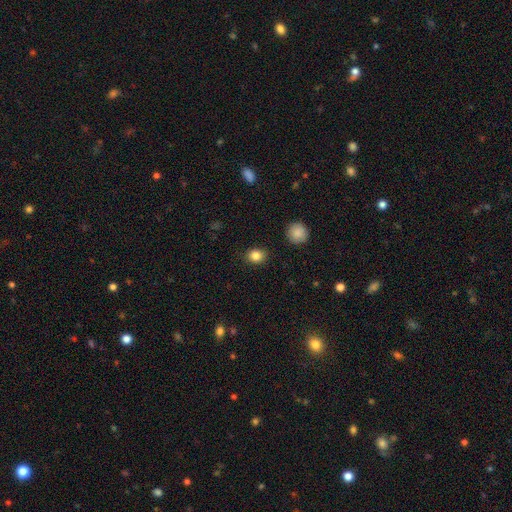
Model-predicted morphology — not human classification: Smooth or featured? Predicted: smooth (p=0.85). How rounded? Predicted: round (p=0.65). Merging? Predicted: none (p=0.88).